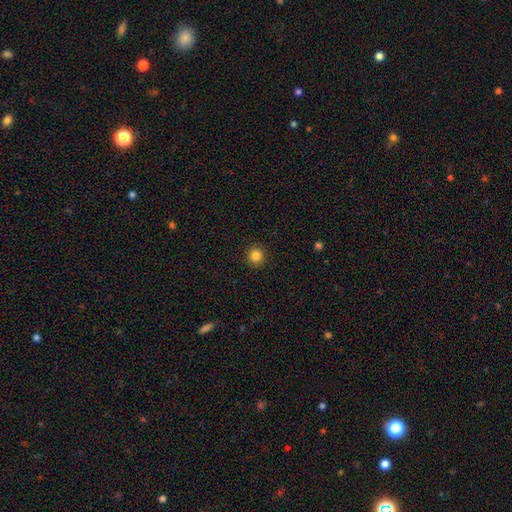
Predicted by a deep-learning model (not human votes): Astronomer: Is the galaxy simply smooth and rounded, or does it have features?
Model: smooth — 84%.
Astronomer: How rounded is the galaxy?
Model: round — 92%.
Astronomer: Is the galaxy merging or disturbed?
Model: none — 92%.